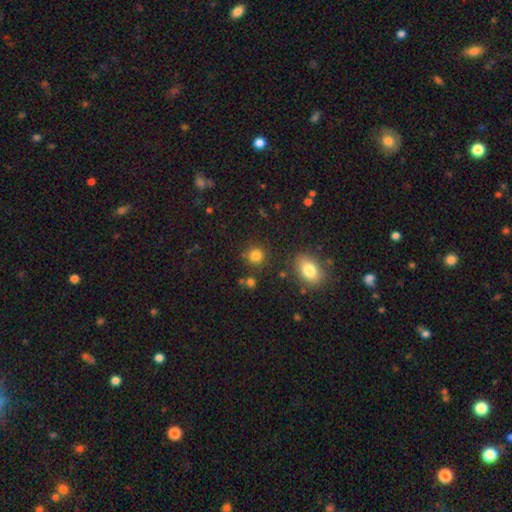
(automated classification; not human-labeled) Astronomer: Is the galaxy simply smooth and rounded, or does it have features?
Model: smooth — 82%.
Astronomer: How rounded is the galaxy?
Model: round — 87%.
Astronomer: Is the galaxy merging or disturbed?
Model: none — 82%.